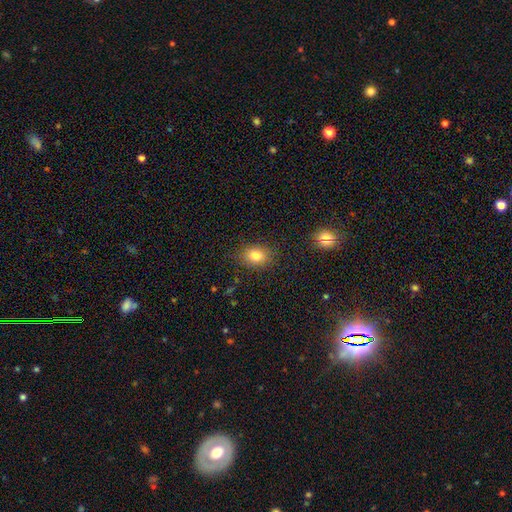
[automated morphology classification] This appears to be a smooth galaxy with no disk features (81%) that is in between round and cigar-shaped (57%). Merging: none (85%).